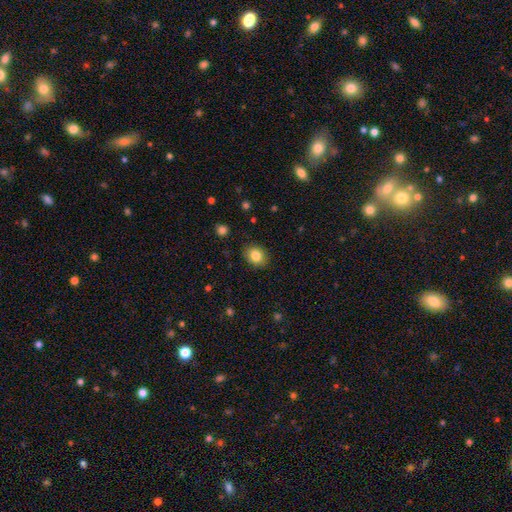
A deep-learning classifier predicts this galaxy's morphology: smooth-or-featured: smooth: 83% | star or artifact: 9% | featured or disk: 8%
  how-rounded: round: 53% | in between: 46% | cigar-shaped: 1%
  merging: none: 87% | minor disturbance: 9% | major disturbance: 2% | merger: 1%